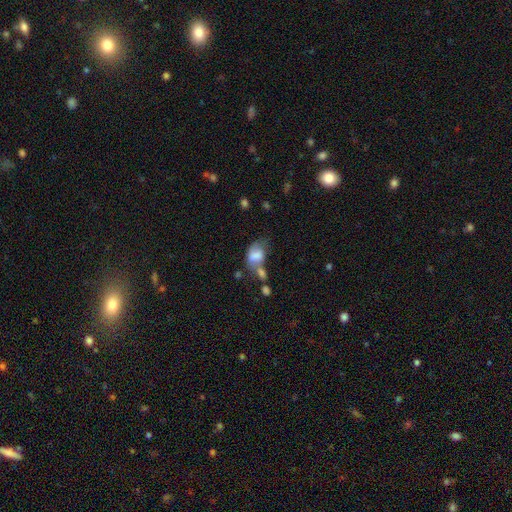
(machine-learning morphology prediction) Smooth or featured?
  - smooth: 68% *
  - featured or disk: 22%
  - star or artifact: 9%
How rounded?
  - in between: 80% *
  - round: 18%
  - cigar-shaped: 2%
Merging?
  - merger: 41% *
  - none: 21%
  - major disturbance: 20%
  - minor disturbance: 19%